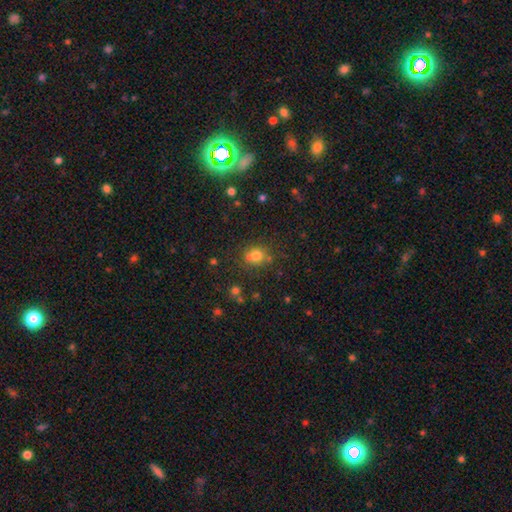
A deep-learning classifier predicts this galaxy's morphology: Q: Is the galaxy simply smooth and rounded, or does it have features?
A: smooth — 73%.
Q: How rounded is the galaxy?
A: round — 74%.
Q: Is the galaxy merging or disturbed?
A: none — 64%.